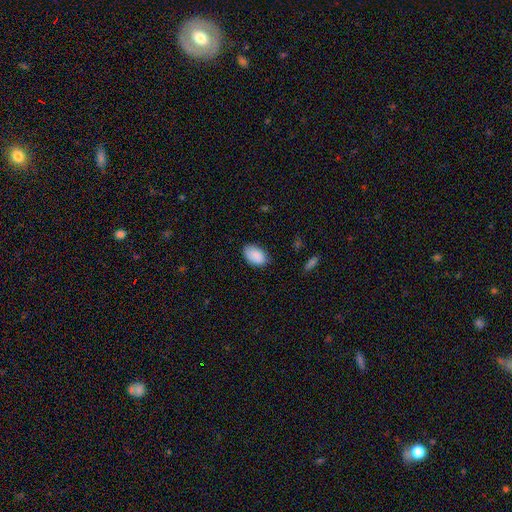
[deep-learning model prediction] Smooth or featured?
  - smooth: 89% *
  - star or artifact: 7%
  - featured or disk: 4%
How rounded?
  - in between: 91% *
  - round: 8%
  - cigar-shaped: 1%
Merging?
  - none: 79% *
  - minor disturbance: 17%
  - major disturbance: 3%
  - merger: 1%